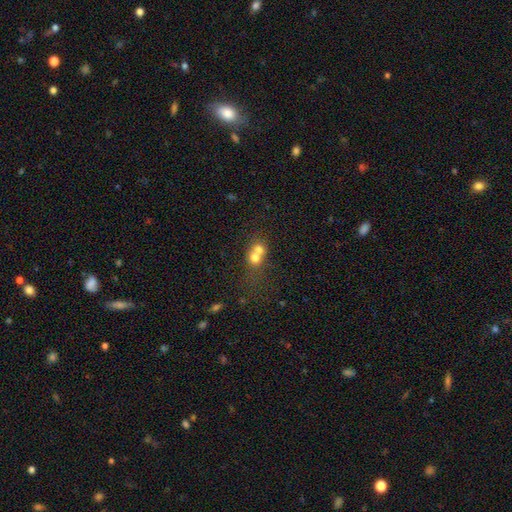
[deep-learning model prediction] Smooth or featured? smooth (67%)
How rounded? round (71%)
Merging? merger (69%)